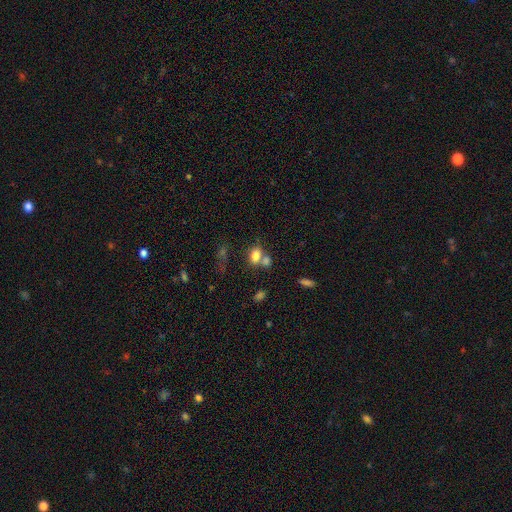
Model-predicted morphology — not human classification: smooth 78%, featured or disk 11%, star or artifact 11%. Down the decision tree: how rounded — in between (78%); merging — merger (44%).